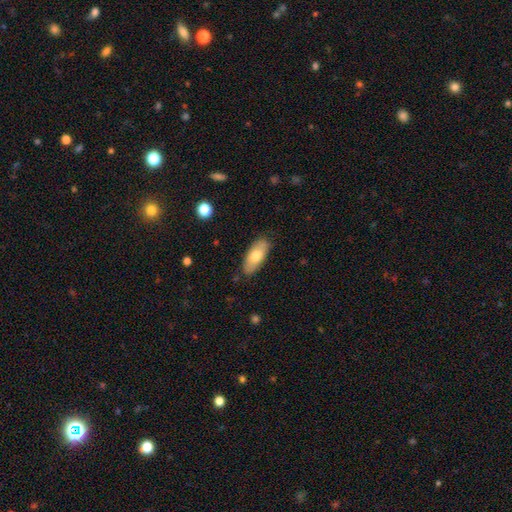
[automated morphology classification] Smooth or featured?
  - smooth: 73% *
  - featured or disk: 21%
  - star or artifact: 6%
How rounded?
  - in between: 86% *
  - cigar-shaped: 12%
  - round: 2%
Merging?
  - none: 84% *
  - minor disturbance: 13%
  - major disturbance: 2%
  - merger: 1%